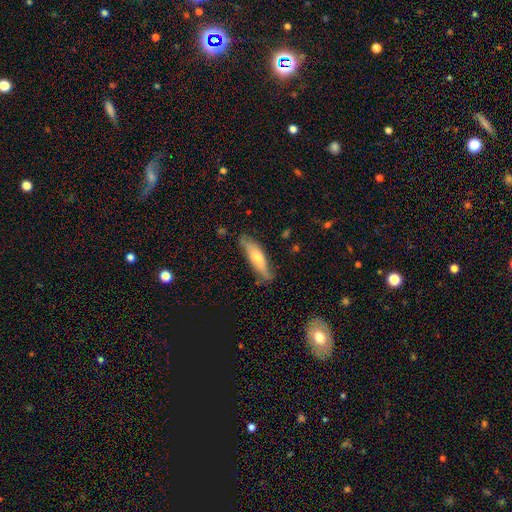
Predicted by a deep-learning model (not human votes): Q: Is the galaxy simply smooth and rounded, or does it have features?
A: smooth — 51%.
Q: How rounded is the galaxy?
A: cigar-shaped — 71%.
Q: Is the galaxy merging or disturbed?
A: none — 75%.